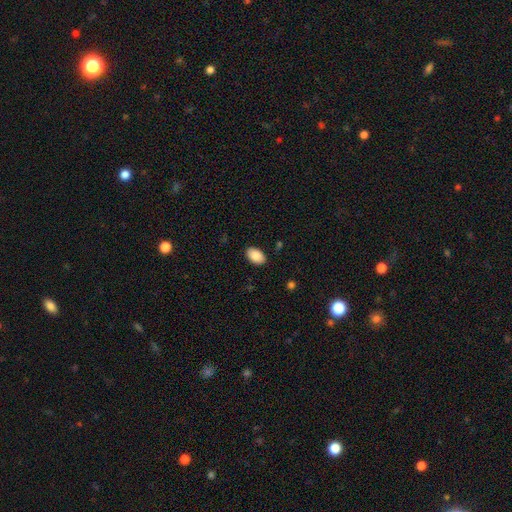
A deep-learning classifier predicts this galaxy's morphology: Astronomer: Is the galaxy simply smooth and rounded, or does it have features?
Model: smooth — 88%.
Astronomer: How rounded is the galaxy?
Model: in between — 92%.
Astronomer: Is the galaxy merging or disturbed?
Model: none — 87%.